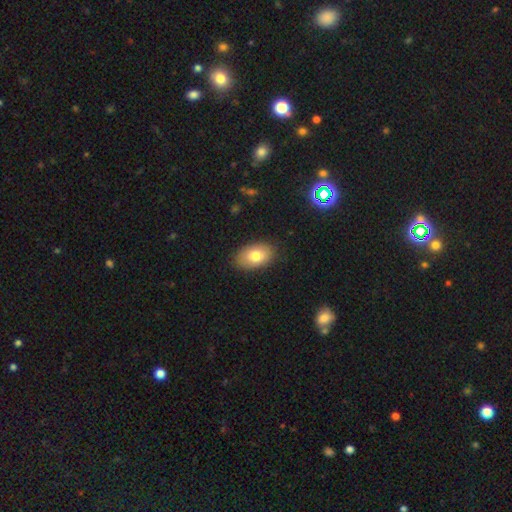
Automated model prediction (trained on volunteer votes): Smooth or featured?
  - smooth: 79% *
  - featured or disk: 14%
  - star or artifact: 8%
How rounded?
  - in between: 90% *
  - round: 9%
  - cigar-shaped: 1%
Merging?
  - none: 87% *
  - minor disturbance: 10%
  - major disturbance: 2%
  - merger: 1%